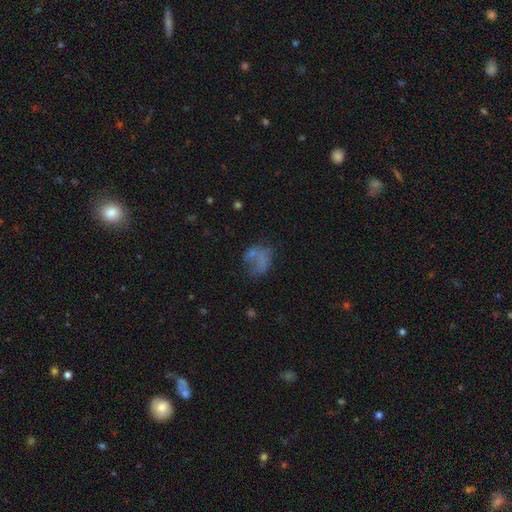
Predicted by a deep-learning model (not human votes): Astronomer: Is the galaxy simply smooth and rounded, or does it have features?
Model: smooth — 56%.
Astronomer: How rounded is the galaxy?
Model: in between — 62%.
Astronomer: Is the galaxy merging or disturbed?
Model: none — 35% (runner-up: major disturbance, 33%).